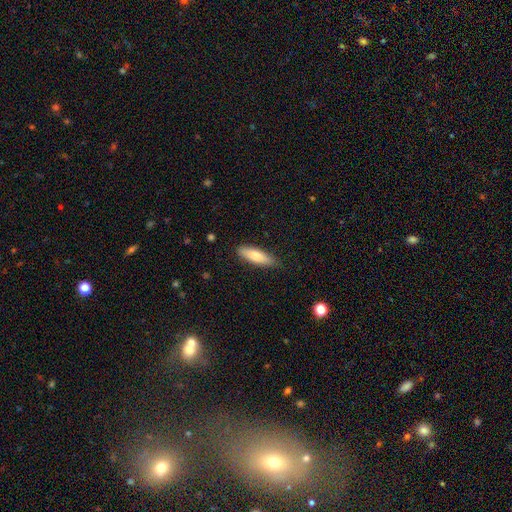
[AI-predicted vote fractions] A smooth galaxy with no disk features (76%) that is cigar-shaped (54%).

Vote fractions:
- Smooth or featured? smooth: 76% / featured or disk: 18% / star or artifact: 6%
- How rounded? cigar-shaped: 54% / in between: 44% / round: 2%
- Merging? none: 83% / minor disturbance: 14% / major disturbance: 2% / merger: 1%